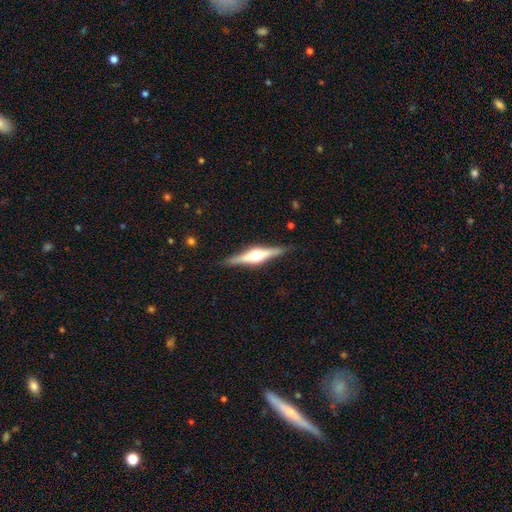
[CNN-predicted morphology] Smooth or featured: featured or disk — 78% (smooth — 17%)
Edge-on disk: yes — 98% (no — 2%)
Edge-on bulge: rounded — 94% (boxy — 5%)
Merging: none — 89% (minor disturbance — 9%)